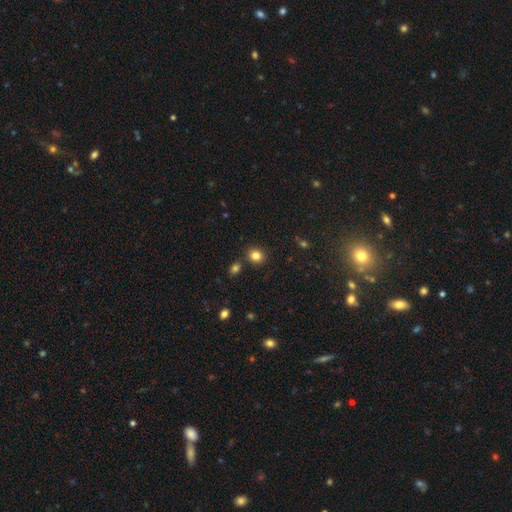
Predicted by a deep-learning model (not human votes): Q: Smooth or featured?
A: smooth (83%); runner-up: star or artifact (12%)
Q: How rounded?
A: round (76%); runner-up: in between (23%)
Q: Merging?
A: none (82%); runner-up: minor disturbance (8%)